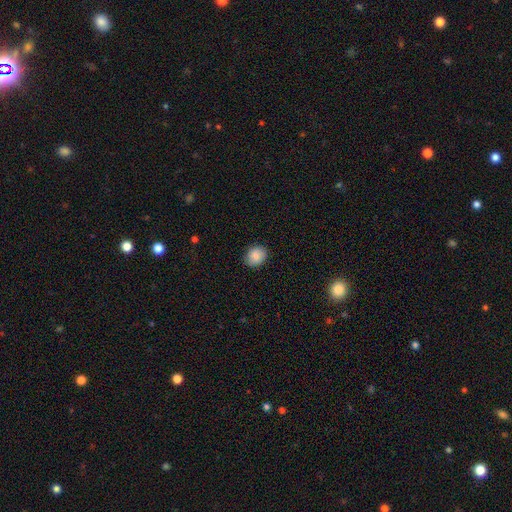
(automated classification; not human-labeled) Morphology: type=smooth (83%); roundness=round (61%); merging=none (86%).